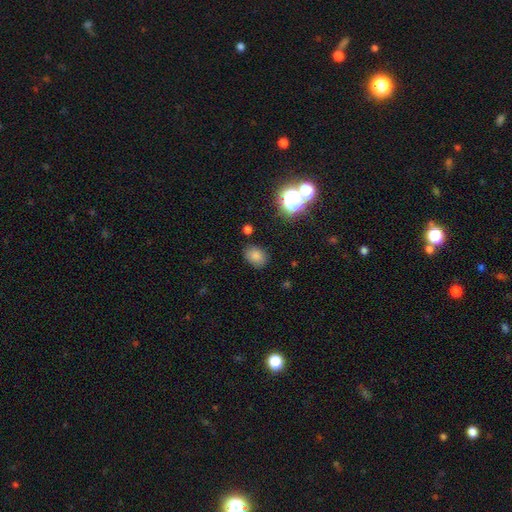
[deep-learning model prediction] Morphology: type=smooth (79%); roundness=in between (67%); merging=none (82%).